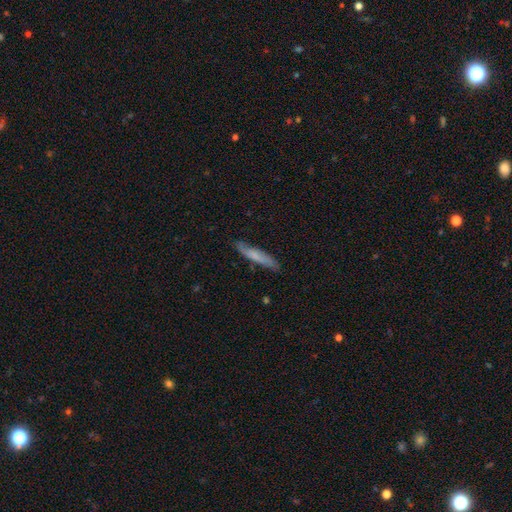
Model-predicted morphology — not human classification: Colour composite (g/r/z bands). It shows a smooth galaxy with no disk features (57%) that is cigar-shaped (87%). Merging: none (78%).